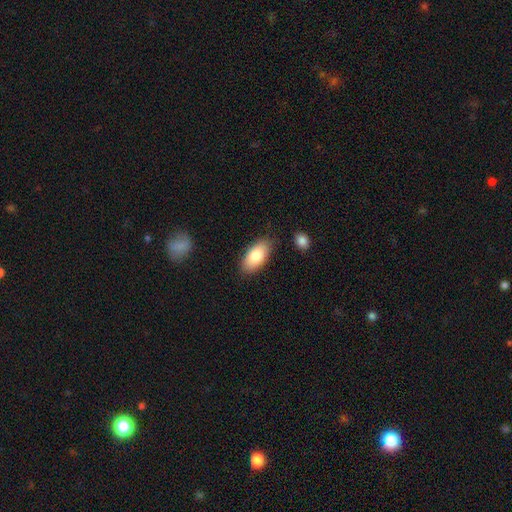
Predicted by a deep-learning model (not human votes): smooth-or-featured: smooth: 84% | featured or disk: 10% | star or artifact: 6%
  how-rounded: in between: 92% | cigar-shaped: 6% | round: 2%
  merging: none: 81% | minor disturbance: 13% | major disturbance: 3% | merger: 3%